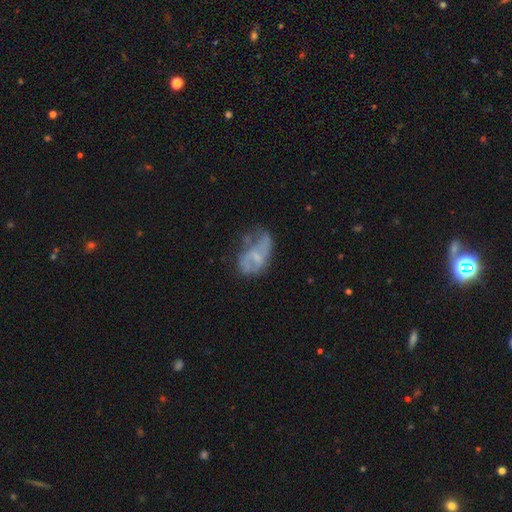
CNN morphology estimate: type=featured or disk (56%); edge-on=no (97%); bar=no (71%); spiral arms=no (69%); bulge=none (45%); merging=major disturbance (33%).